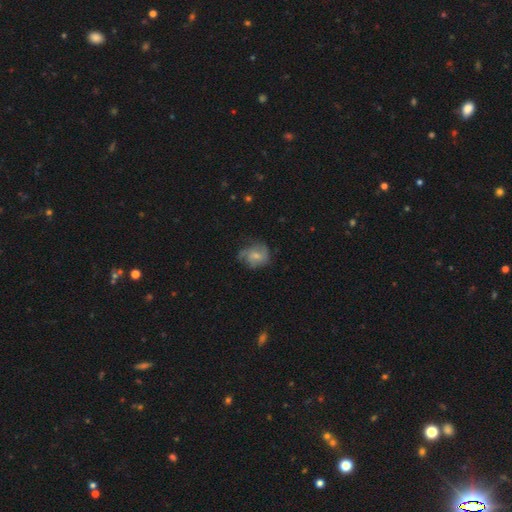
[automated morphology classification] This appears to be a featured or disk galaxy (48%). Merging: none (50%).